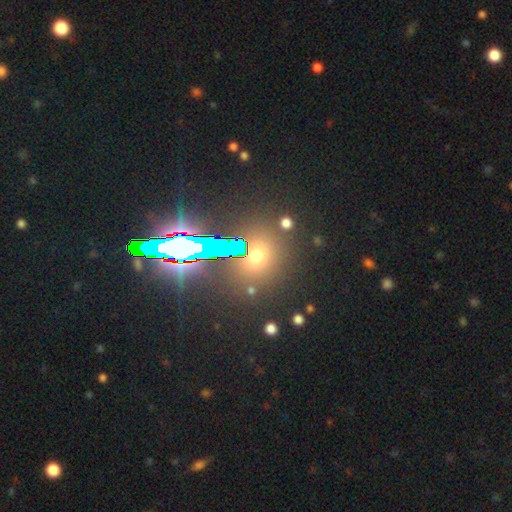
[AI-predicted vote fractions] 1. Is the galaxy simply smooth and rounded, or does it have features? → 50% smooth, 41% star or artifact, 9% featured or disk.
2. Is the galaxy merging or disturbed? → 79% none, 9% minor disturbance, 6% merger, 5% major disturbance.